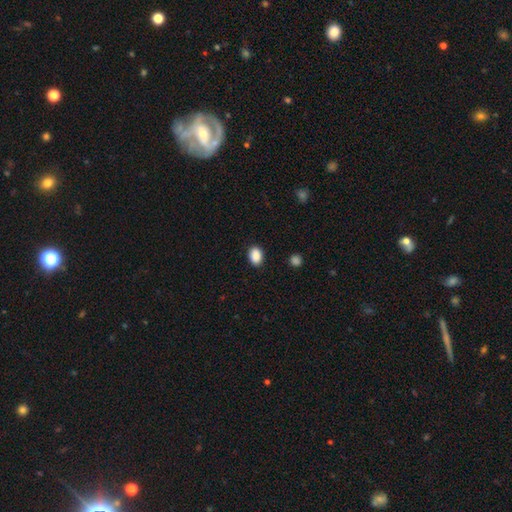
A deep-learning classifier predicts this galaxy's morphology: Smooth or featured: smooth — 89% (star or artifact — 8%)
How rounded: in between — 78% (round — 20%)
Merging: none — 89% (minor disturbance — 8%)